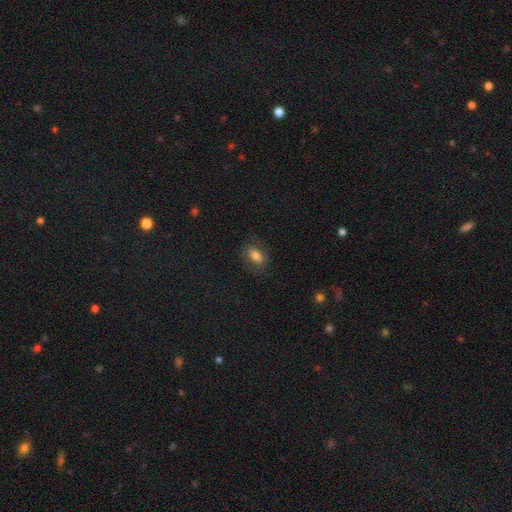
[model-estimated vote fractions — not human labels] This is likely a smooth galaxy (73%). How rounded: clearly in between (84%). Merging: likely none (75%).